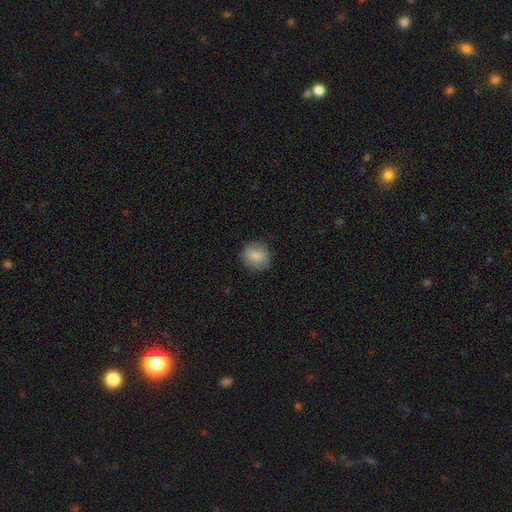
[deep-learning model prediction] Smooth or featured?
  - smooth: 83% *
  - featured or disk: 9%
  - star or artifact: 7%
How rounded?
  - round: 83% *
  - in between: 16%
  - cigar-shaped: 1%
Merging?
  - none: 85% *
  - minor disturbance: 11%
  - major disturbance: 3%
  - merger: 1%